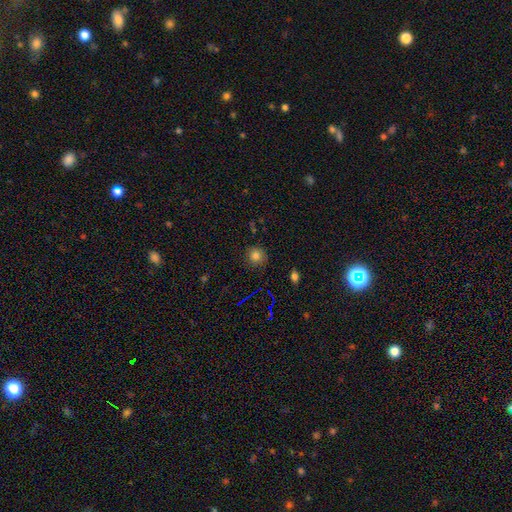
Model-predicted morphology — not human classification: smooth_or_featured: smooth (p=0.77) [alt: star or artifact p=0.17]
how_rounded: round (p=0.91) [alt: in between p=0.08]
merging: none (p=0.84) [alt: minor disturbance p=0.11]